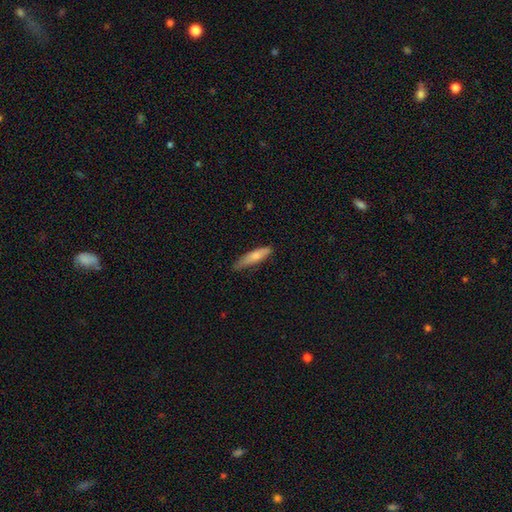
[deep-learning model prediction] The model was most divided on "merging": none: 70%, minor disturbance: 24%, major disturbance: 4%, merger: 2%. More confident: how rounded — cigar-shaped (77%); smooth or featured — smooth (75%).